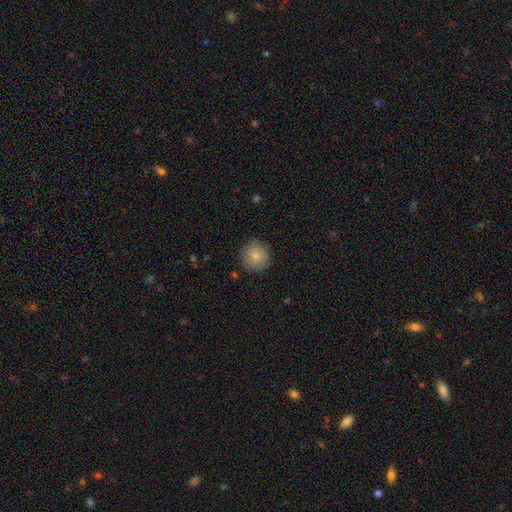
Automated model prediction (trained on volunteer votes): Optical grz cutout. It shows a smooth galaxy with no disk features (82%) that is round (94%). Merging: none (87%).